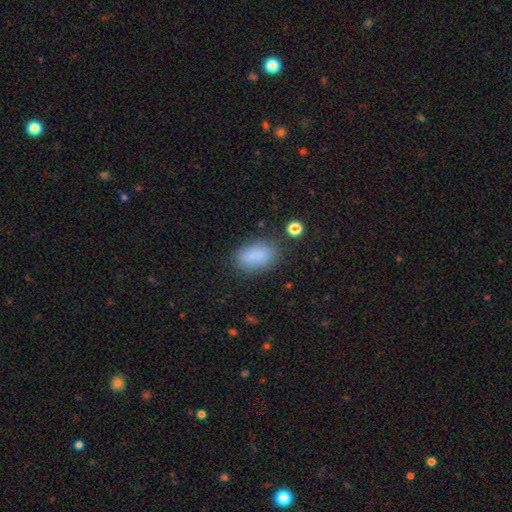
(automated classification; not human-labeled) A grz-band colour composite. It shows a smooth galaxy with no disk features (86%) that is in between round and cigar-shaped (91%). Merging: none (75%).